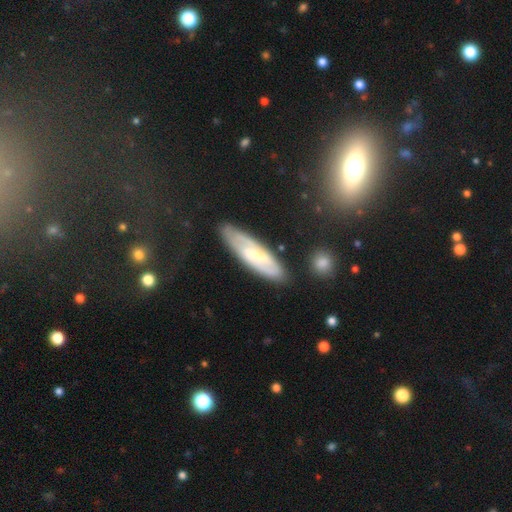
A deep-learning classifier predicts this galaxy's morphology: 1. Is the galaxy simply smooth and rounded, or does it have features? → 61% featured or disk, 32% smooth, 7% star or artifact.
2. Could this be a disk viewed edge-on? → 72% no, 28% yes.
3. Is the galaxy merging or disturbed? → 79% none, 15% minor disturbance, 4% major disturbance, 2% merger.